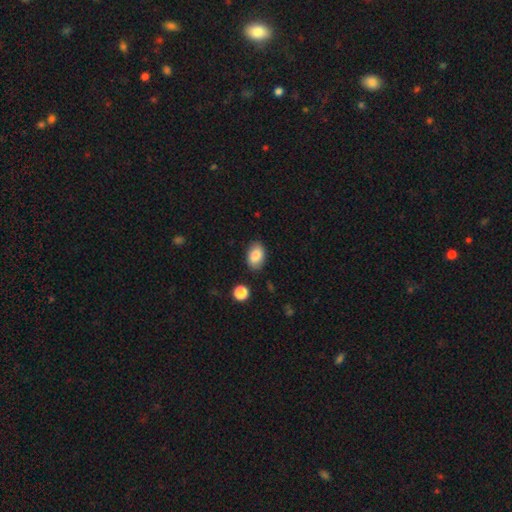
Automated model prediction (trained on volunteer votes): Smooth or featured?
  - smooth: 87% *
  - star or artifact: 7%
  - featured or disk: 6%
How rounded?
  - in between: 88% *
  - round: 11%
  - cigar-shaped: 1%
Merging?
  - none: 83% *
  - minor disturbance: 12%
  - major disturbance: 3%
  - merger: 2%